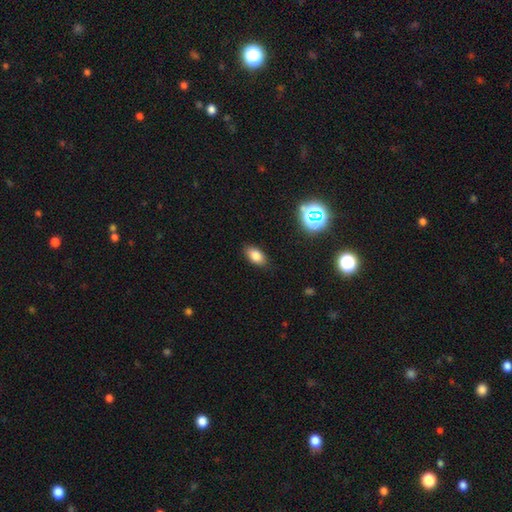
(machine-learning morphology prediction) smooth_or_featured: smooth (p=0.80) [alt: star or artifact p=0.12]
how_rounded: in between (p=0.91) [alt: round p=0.06]
merging: none (p=0.86) [alt: minor disturbance p=0.11]